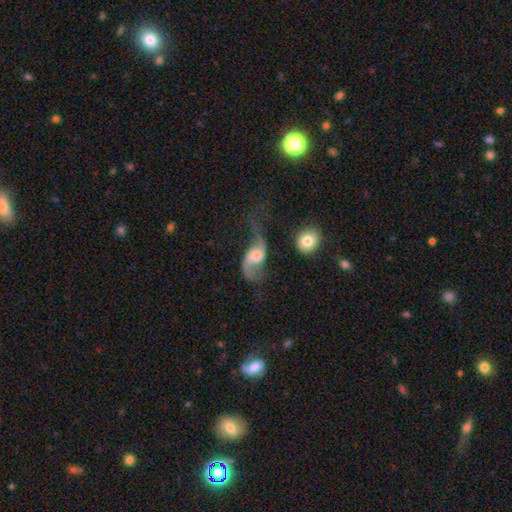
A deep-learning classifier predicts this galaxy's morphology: Q: Smooth or featured?
A: featured or disk (84%); runner-up: smooth (11%)
Q: Edge-on disk?
A: no (96%); runner-up: yes (4%)
Q: Bar?
A: no (54%); runner-up: weak (37%)
Q: Spiral arms?
A: yes (94%); runner-up: no (6%)
Q: Spiral winding?
A: loose (84%); runner-up: medium (12%)
Q: Spiral arm count?
A: 2 (90%); runner-up: 1 (6%)
Q: Bulge size?
A: moderate (49%); runner-up: small (34%)
Q: Merging?
A: none (43%); runner-up: major disturbance (30%)